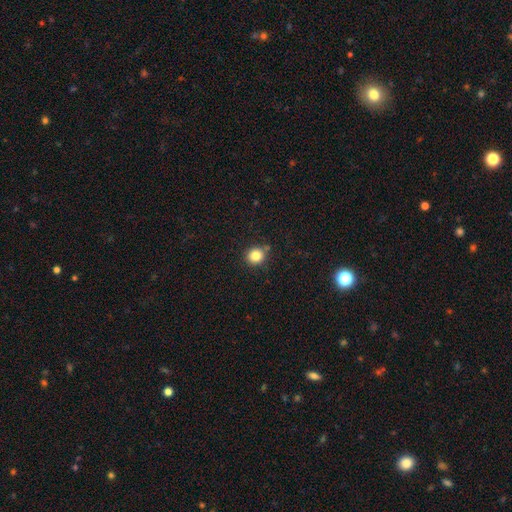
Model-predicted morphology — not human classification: Smooth or featured?
  - smooth: 83% *
  - star or artifact: 12%
  - featured or disk: 5%
How rounded?
  - round: 88% *
  - in between: 11%
  - cigar-shaped: 1%
Merging?
  - none: 82% *
  - minor disturbance: 11%
  - merger: 4%
  - major disturbance: 3%